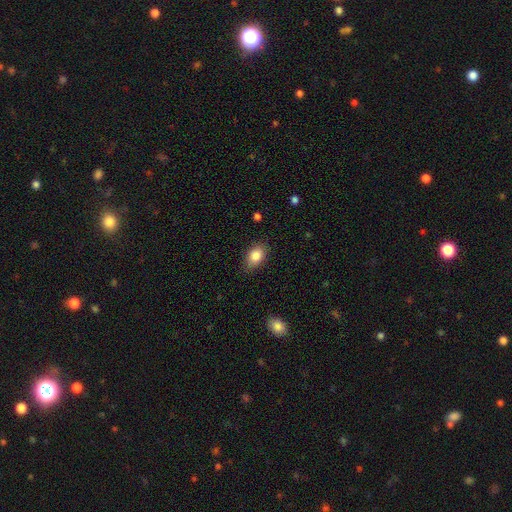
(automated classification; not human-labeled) This appears to be a smooth galaxy with no disk features (85%) that is in between round and cigar-shaped (85%). Merging: none (81%).